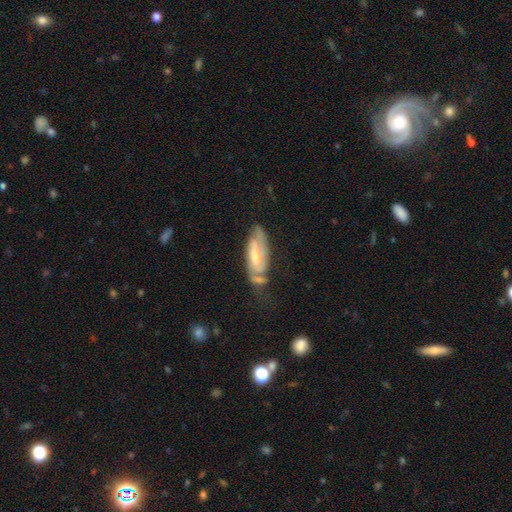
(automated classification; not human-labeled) This appears to be a featured or disk galaxy (65%) with a weak bar (43%), spiral arms (82%) and a moderate central bulge (48%). Merging: none (41%).